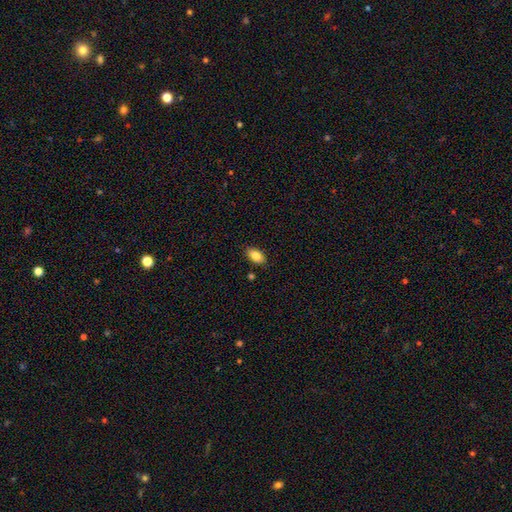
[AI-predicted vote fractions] Smooth or featured?
  - smooth: 84% *
  - featured or disk: 8%
  - star or artifact: 8%
How rounded?
  - in between: 92% *
  - round: 5%
  - cigar-shaped: 2%
Merging?
  - none: 87% *
  - minor disturbance: 10%
  - major disturbance: 2%
  - merger: 2%